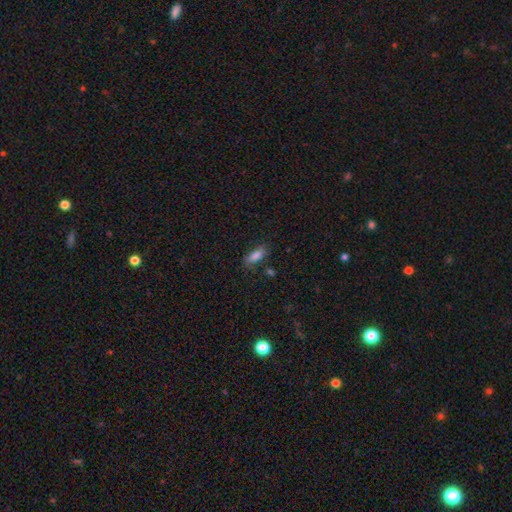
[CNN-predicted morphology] Smooth or featured? smooth (82%)
How rounded? in between (80%)
Merging? none (73%)